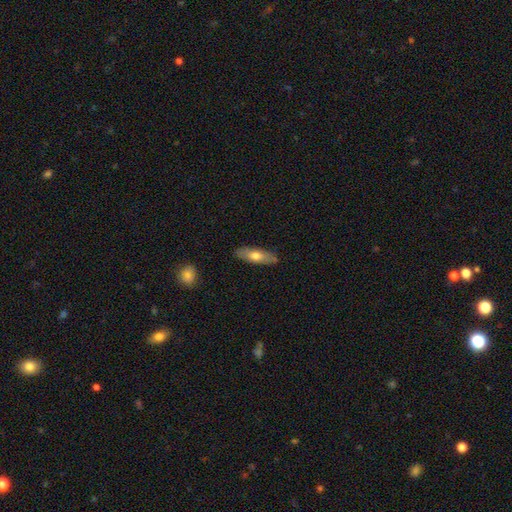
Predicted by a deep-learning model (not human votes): A smooth galaxy with no disk features (62%) that is in between round and cigar-shaped (55%).

Vote fractions:
- Smooth or featured? smooth: 62% / featured or disk: 32% / star or artifact: 6%
- How rounded? in between: 55% / cigar-shaped: 43% / round: 2%
- Merging? none: 84% / minor disturbance: 12% / major disturbance: 2% / merger: 2%